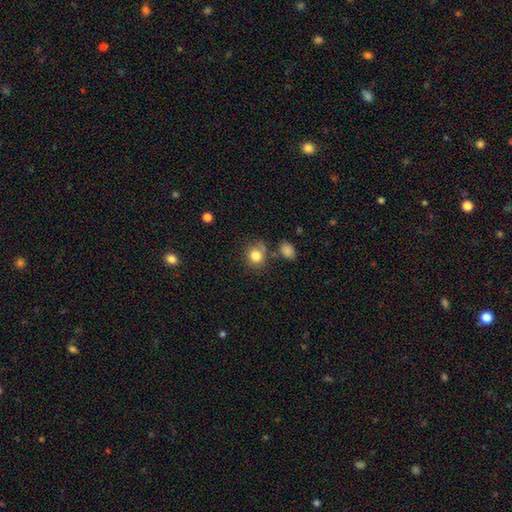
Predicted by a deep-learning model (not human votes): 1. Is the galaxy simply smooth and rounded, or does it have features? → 82% smooth, 10% star or artifact, 8% featured or disk.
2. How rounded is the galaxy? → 76% round, 23% in between, 1% cigar-shaped.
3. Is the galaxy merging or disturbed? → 64% none, 19% minor disturbance, 10% merger, 7% major disturbance.